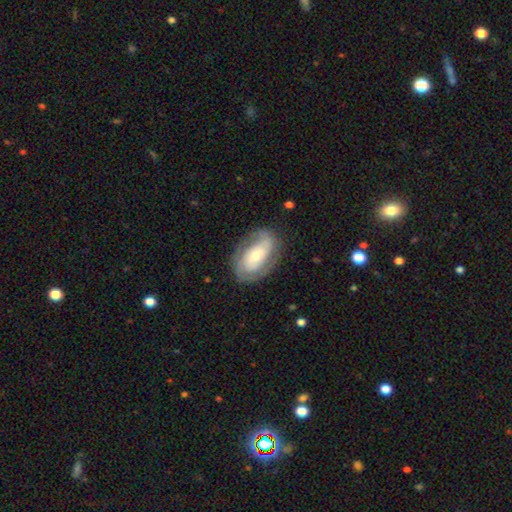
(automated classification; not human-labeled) featured or disk 73%, smooth 21%, star or artifact 6%. Down the decision tree: edge-on disk — no (95%); bar — no (54%); spiral arms — yes (85%); spiral arm count — 2 (69%); spiral winding — tight (48%); bulge size — moderate (50%); merging — none (75%).